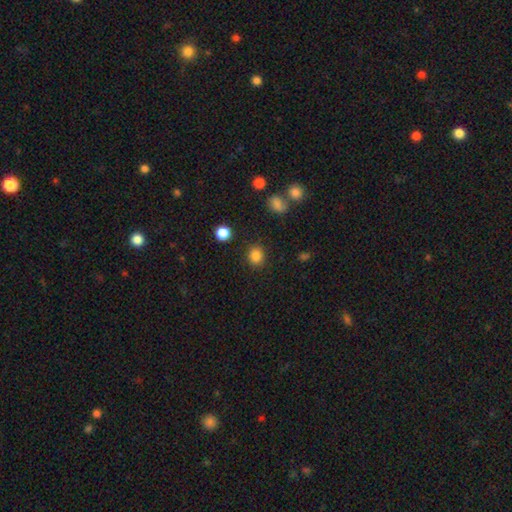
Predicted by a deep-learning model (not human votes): This is clearly a smooth galaxy (85%). How rounded: likely round (73%). Merging: clearly none (87%).